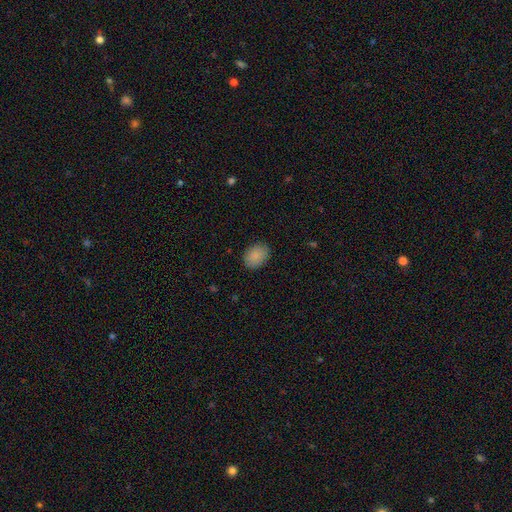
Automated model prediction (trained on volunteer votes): Morphology: type=smooth (89%); roundness=in between (67%); merging=none (86%).